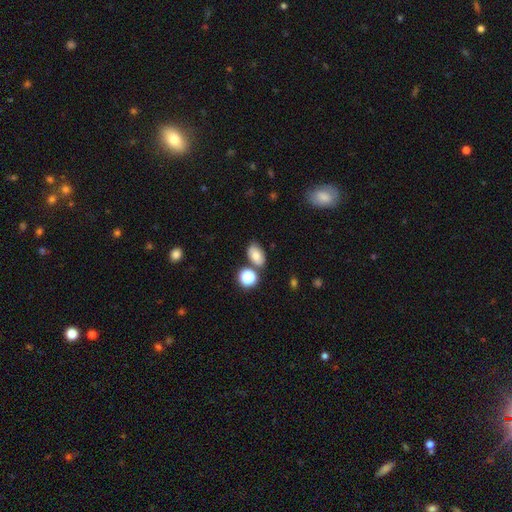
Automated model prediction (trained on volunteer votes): Smooth or featured? Predicted: smooth (p=0.74). How rounded? Predicted: in between (p=0.85). Merging? Predicted: none (p=0.71).